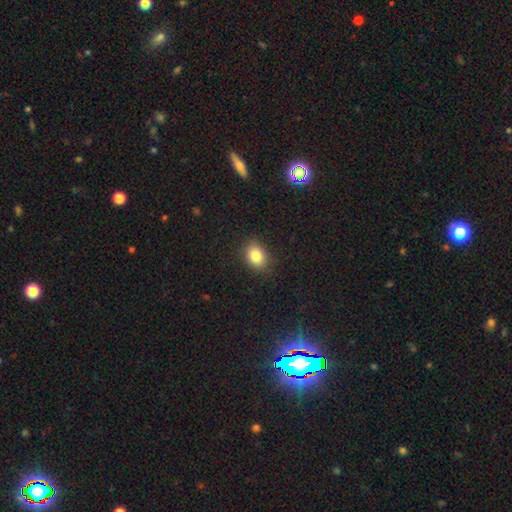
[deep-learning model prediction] Q: Smooth or featured?
A: smooth (84%); runner-up: star or artifact (10%)
Q: How rounded?
A: in between (68%); runner-up: round (30%)
Q: Merging?
A: none (86%); runner-up: minor disturbance (11%)